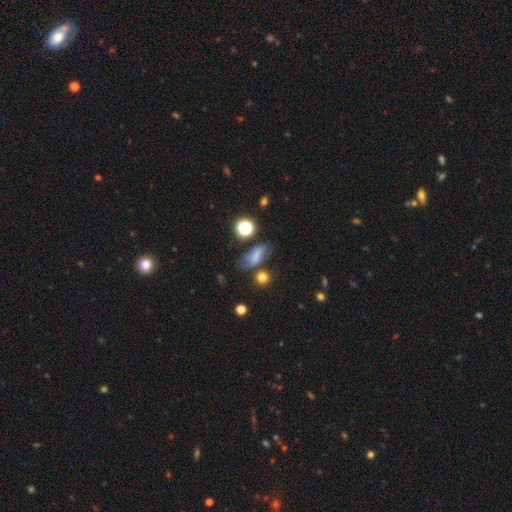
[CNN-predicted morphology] Smooth or featured? smooth (61%)
How rounded? in between (70%)
Merging? none (53%)